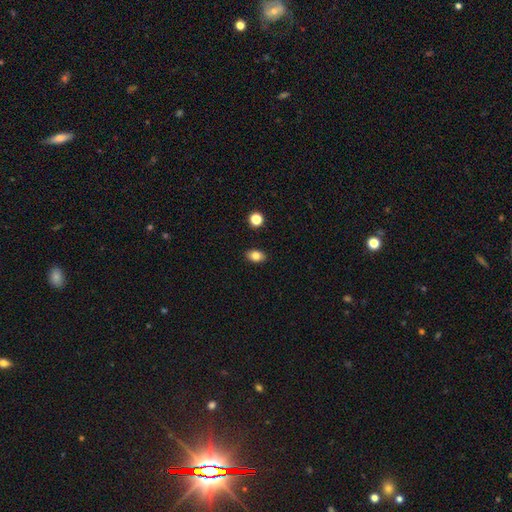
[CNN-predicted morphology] smooth-or-featured: smooth: 84% | star or artifact: 10% | featured or disk: 7%
  how-rounded: in between: 81% | round: 18% | cigar-shaped: 1%
  merging: none: 89% | minor disturbance: 8% | major disturbance: 2% | merger: 2%